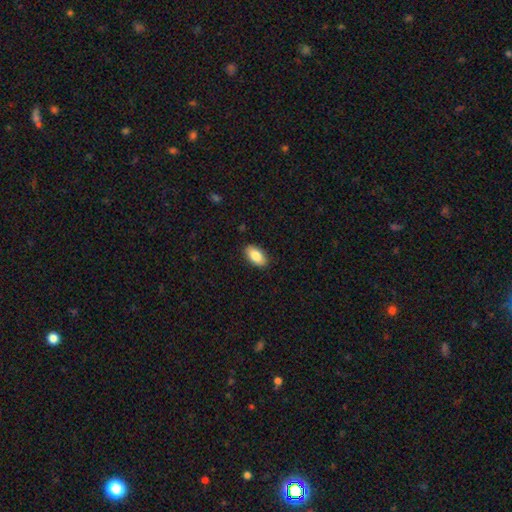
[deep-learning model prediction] Q: Smooth or featured?
A: smooth (84%); runner-up: featured or disk (9%)
Q: How rounded?
A: in between (93%); runner-up: round (4%)
Q: Merging?
A: none (88%); runner-up: minor disturbance (9%)